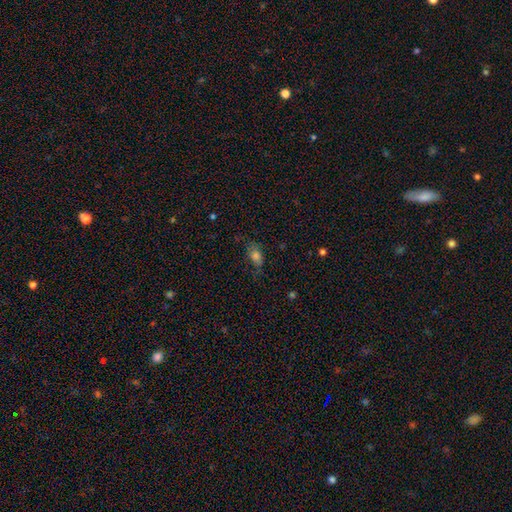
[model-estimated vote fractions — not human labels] Morphology: type=smooth (66%); roundness=in between (76%); merging=none (59%).